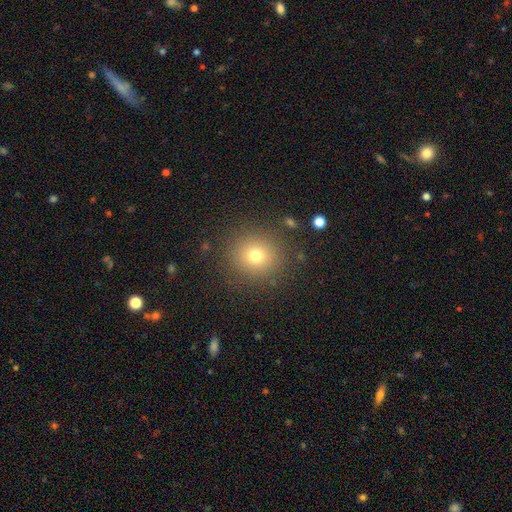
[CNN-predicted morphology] Q: Smooth or featured?
A: smooth (73%); runner-up: star or artifact (16%)
Q: How rounded?
A: round (92%); runner-up: in between (7%)
Q: Merging?
A: none (87%); runner-up: minor disturbance (8%)